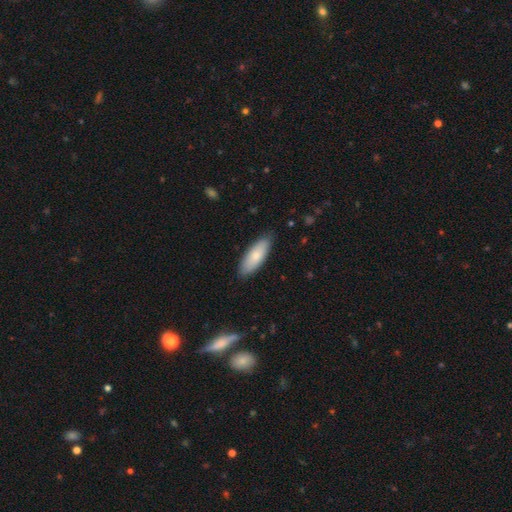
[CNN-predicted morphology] Smooth or featured: smooth — 77% (featured or disk — 17%)
How rounded: in between — 67% (cigar-shaped — 31%)
Merging: none — 85% (minor disturbance — 12%)